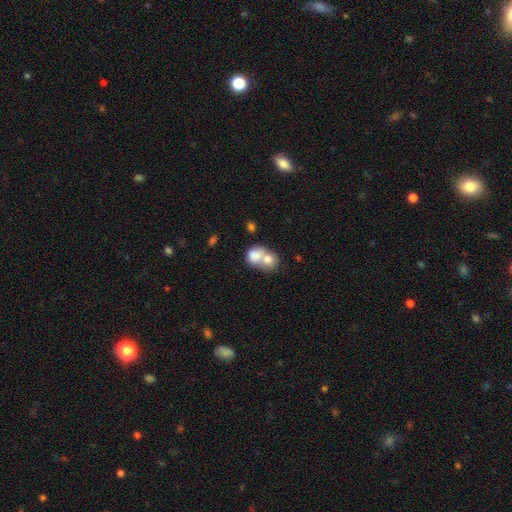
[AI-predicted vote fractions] This appears to be a smooth galaxy with no disk features (74%) that is round (53%). Merging: merger (73%).